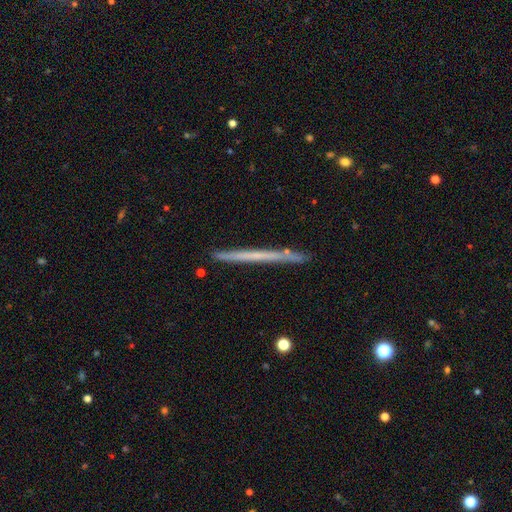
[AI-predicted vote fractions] Smooth or featured: featured or disk — 51% (smooth — 43%)
Edge-on disk: yes — 97% (no — 3%)
Merging: none — 89% (minor disturbance — 8%)